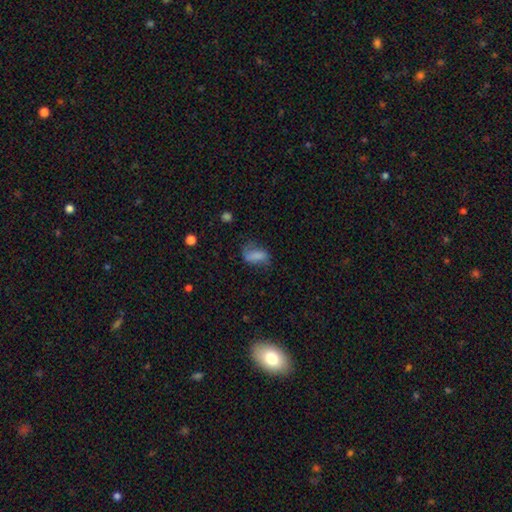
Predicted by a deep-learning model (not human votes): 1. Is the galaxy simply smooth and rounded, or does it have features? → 63% smooth, 27% featured or disk, 10% star or artifact.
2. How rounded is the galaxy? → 86% in between, 9% round, 5% cigar-shaped.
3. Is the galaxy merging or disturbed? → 44% none, 28% minor disturbance, 25% major disturbance, 3% merger.